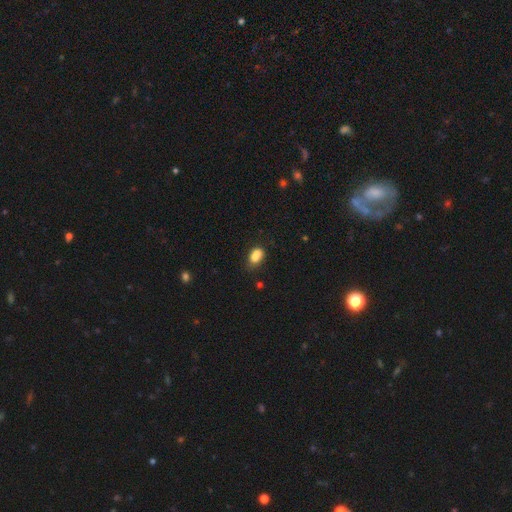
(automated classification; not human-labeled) Smooth or featured?
  - smooth: 78% *
  - featured or disk: 11%
  - star or artifact: 11%
How rounded?
  - in between: 77% *
  - round: 20%
  - cigar-shaped: 2%
Merging?
  - none: 44% *
  - merger: 24%
  - minor disturbance: 24%
  - major disturbance: 8%